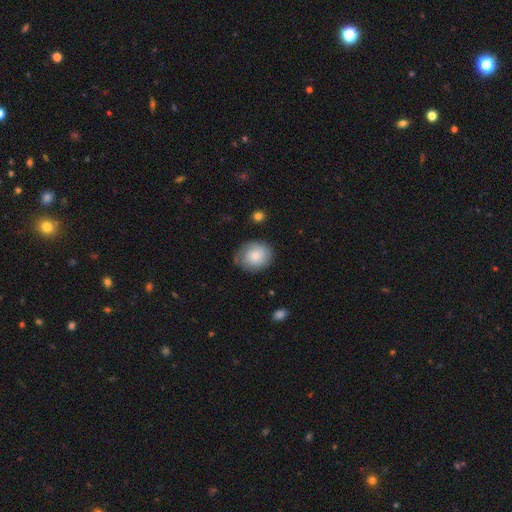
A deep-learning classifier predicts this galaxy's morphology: A smooth galaxy with no disk features (67%) that is round (59%). Merging: none (69%).